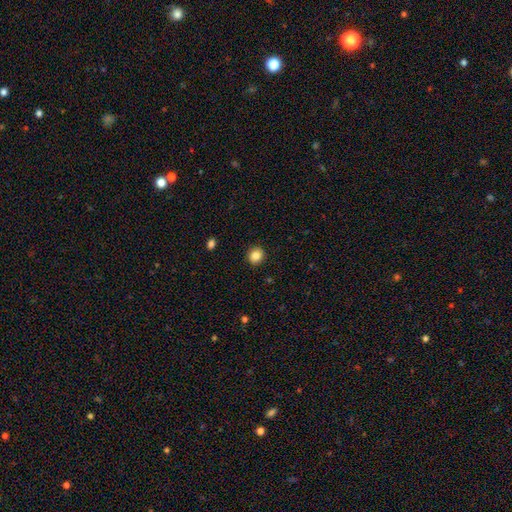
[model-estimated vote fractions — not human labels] smooth_or_featured: smooth (p=0.86) [alt: star or artifact p=0.10]
how_rounded: round (p=0.84) [alt: in between p=0.15]
merging: none (p=0.91) [alt: minor disturbance p=0.06]